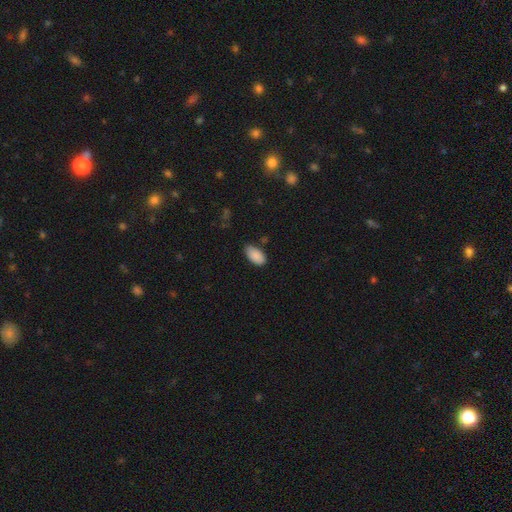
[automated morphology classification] Smooth or featured: smooth — 90% (star or artifact — 7%)
How rounded: in between — 95% (round — 3%)
Merging: none — 76% (minor disturbance — 19%)